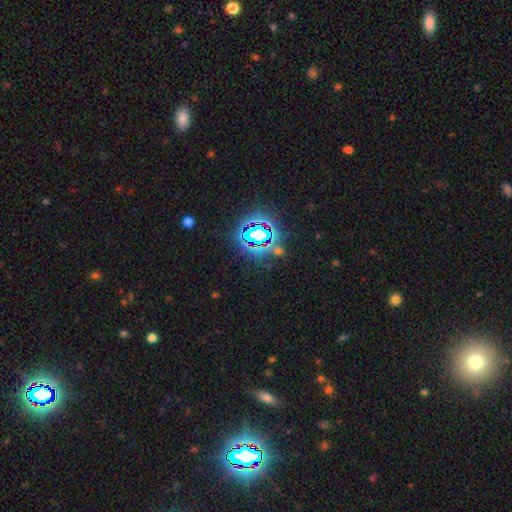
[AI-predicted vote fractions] This is clearly a star or artifact rather than a galaxy (82%).